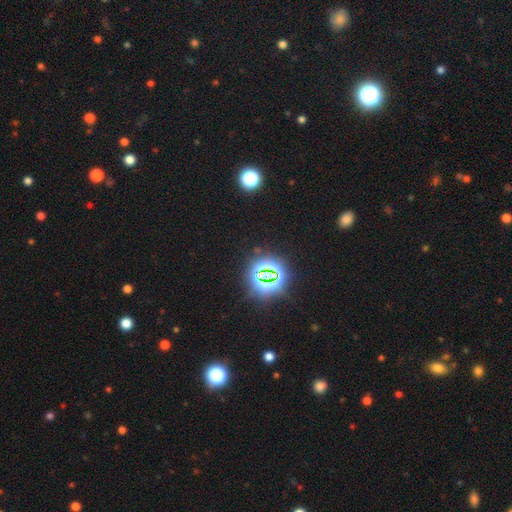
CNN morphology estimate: Smooth or featured: star or artifact — 81% (smooth — 13%)